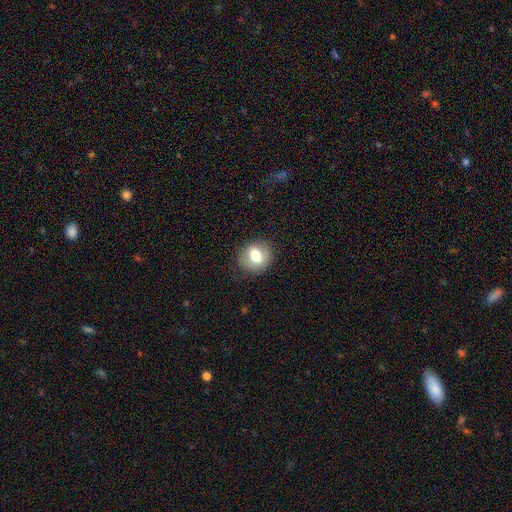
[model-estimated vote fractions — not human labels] Smooth or featured: smooth — 73% (featured or disk — 18%)
How rounded: round — 74% (in between — 25%)
Merging: none — 84% (minor disturbance — 11%)